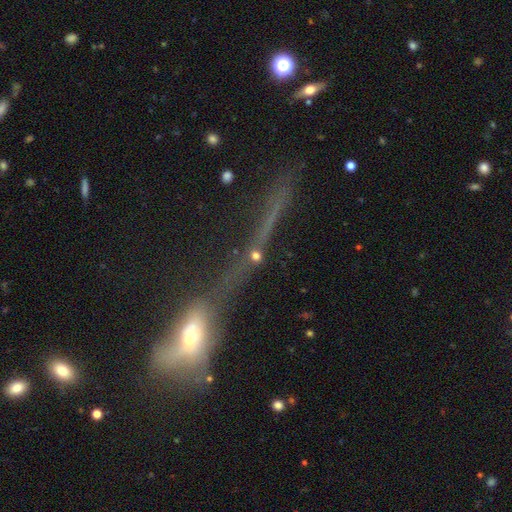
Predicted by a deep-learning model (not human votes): Q: Smooth or featured?
A: star or artifact (41%); runner-up: smooth (33%)